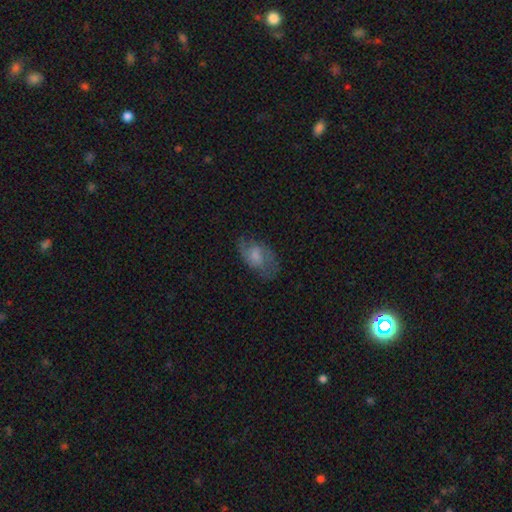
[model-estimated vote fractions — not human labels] This is possibly a smooth galaxy (47%). Merging: likely none (62%).